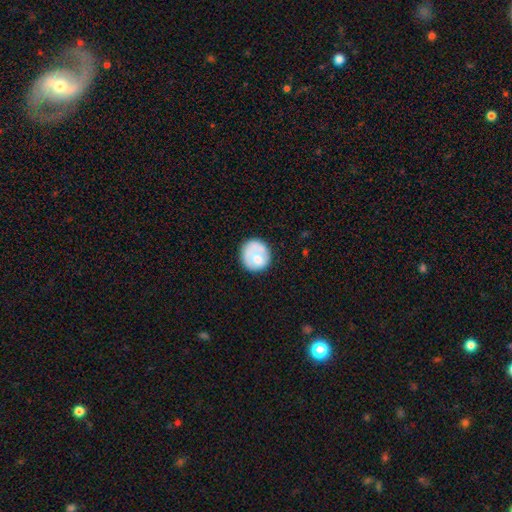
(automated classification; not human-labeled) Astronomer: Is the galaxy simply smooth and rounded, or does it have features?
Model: smooth — 65%.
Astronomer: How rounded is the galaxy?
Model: round — 85%.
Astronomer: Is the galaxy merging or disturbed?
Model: none — 66%.